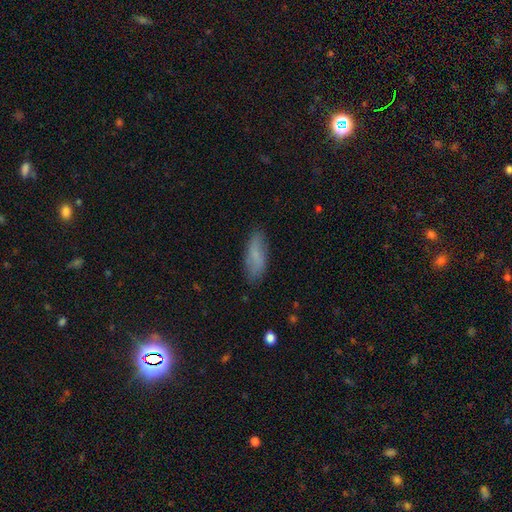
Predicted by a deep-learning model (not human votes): Overall: smooth (72%). How rounded: in between (64%; cigar-shaped 33%). Merging: none (79%).